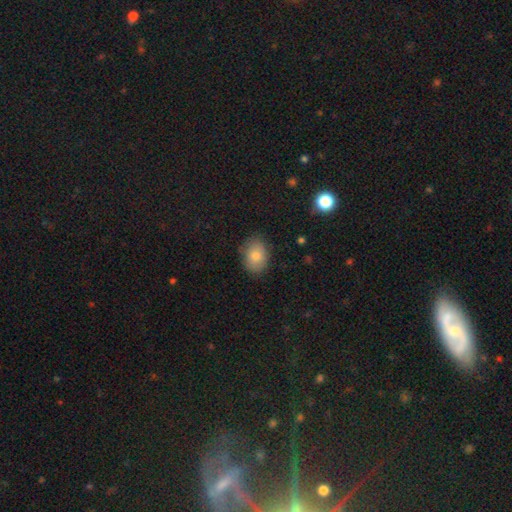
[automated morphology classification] Smooth or featured? smooth (80%)
How rounded? in between (67%)
Merging? none (84%)